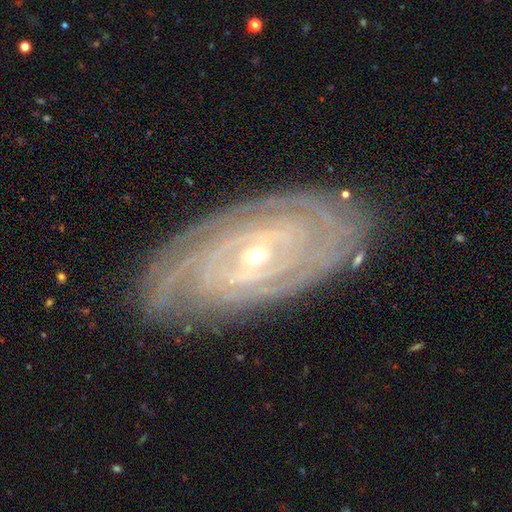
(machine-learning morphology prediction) This appears to be a featured or disk galaxy (88%) with no bar (40%), tight (84%) spiral arms (97%) and a small central bulge (69%). Merging: none (82%).